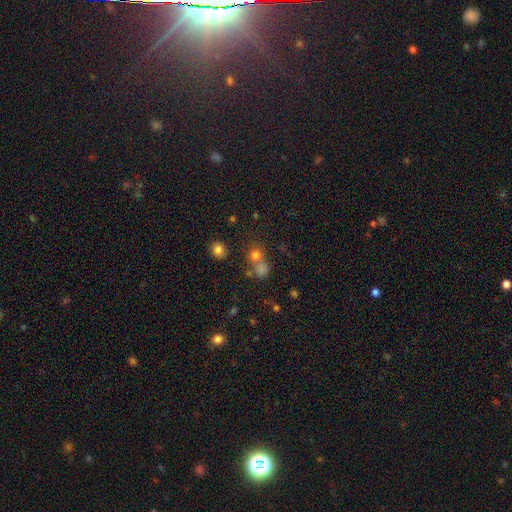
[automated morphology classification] Smooth or featured: smooth — 71% (star or artifact — 20%)
How rounded: round — 85% (in between — 14%)
Merging: none — 55% (merger — 34%)